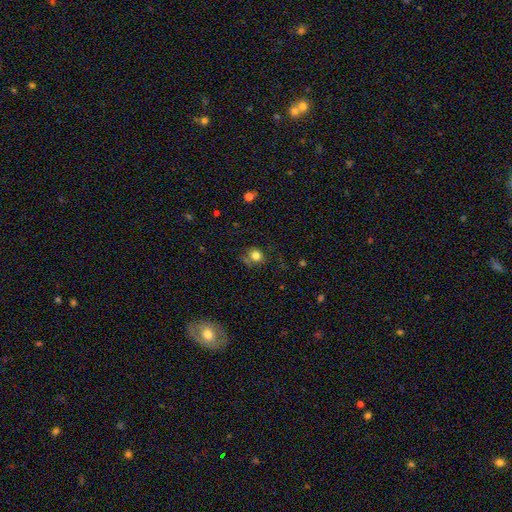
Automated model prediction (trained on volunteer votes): Smooth or featured? Predicted: smooth (p=0.80). How rounded? Predicted: round (p=0.78). Merging? Predicted: none (p=0.63).